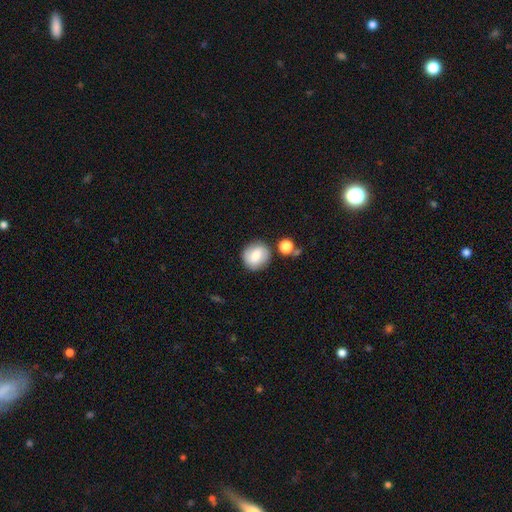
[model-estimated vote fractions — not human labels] Smooth or featured: smooth — 75% (featured or disk — 17%)
How rounded: round — 81% (in between — 18%)
Merging: none — 76% (minor disturbance — 13%)